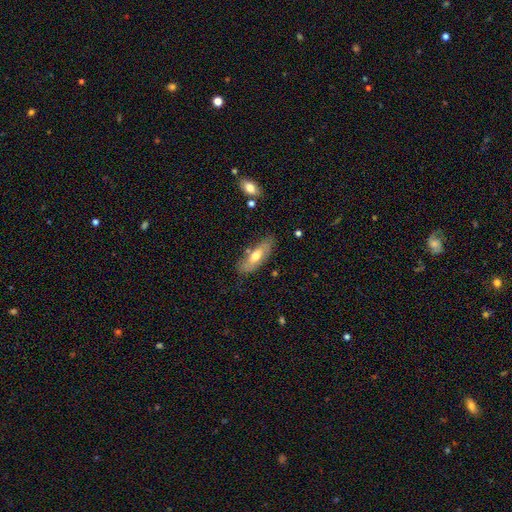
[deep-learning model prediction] A smooth galaxy with no disk features (56%) that is in between round and cigar-shaped (68%). Merging: none (74%).